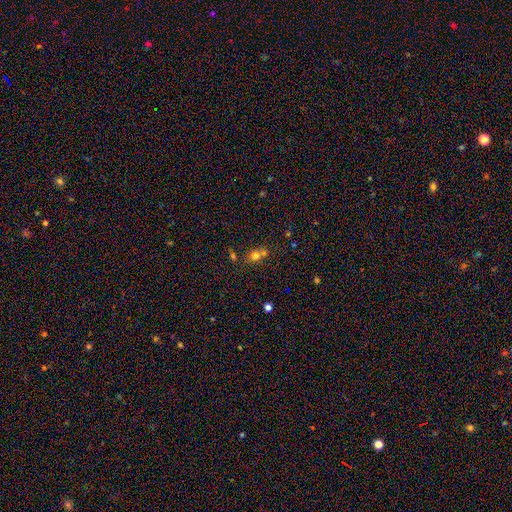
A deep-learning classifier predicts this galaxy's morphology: A smooth galaxy with no disk features (69%) that is round (72%).

Vote fractions:
- Smooth or featured? smooth: 69% / star or artifact: 19% / featured or disk: 12%
- How rounded? round: 72% / in between: 27% / cigar-shaped: 2%
- Merging? none: 45% / merger: 41% / minor disturbance: 9% / major disturbance: 4%